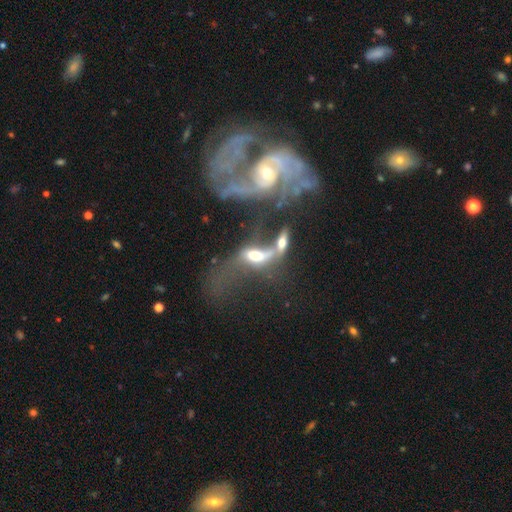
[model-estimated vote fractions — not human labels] Smooth or featured? featured or disk (51%)
Edge-on disk? no (69%)
Merging? merger (62%)